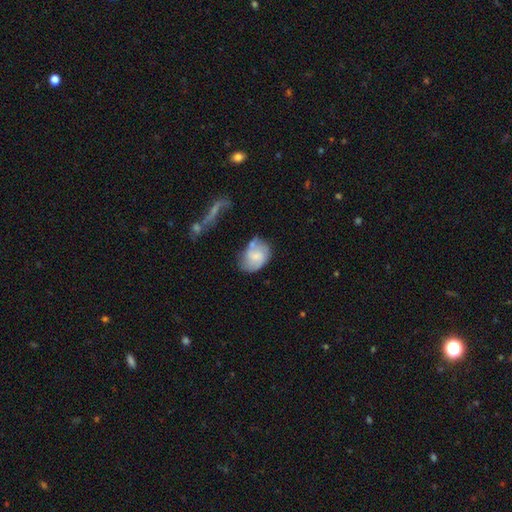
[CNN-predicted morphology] The model was most divided on "smooth or featured": smooth: 49%, featured or disk: 43%, star or artifact: 8%. Remaining: merging — none (49%).